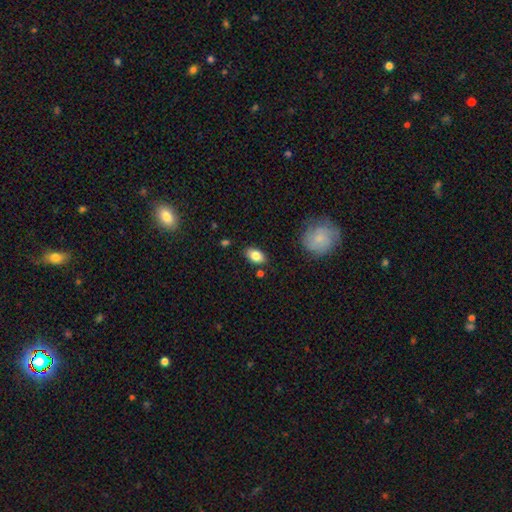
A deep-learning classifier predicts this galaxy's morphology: Smooth or featured? Predicted: smooth (p=0.82). How rounded? Predicted: in between (p=0.89). Merging? Predicted: none (p=0.83).